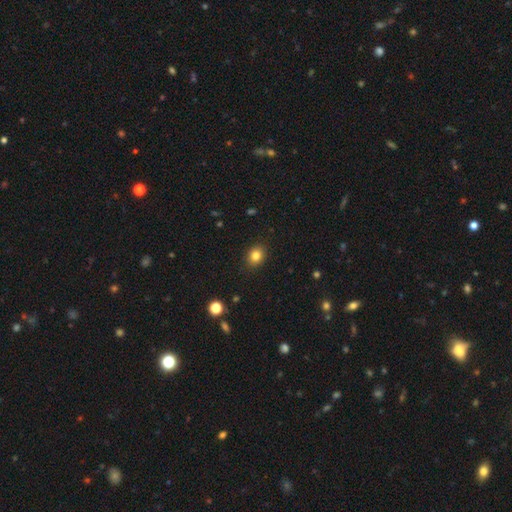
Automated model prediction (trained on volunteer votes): A smooth galaxy with no disk features (83%) that is round (54%). Merging: none (88%).